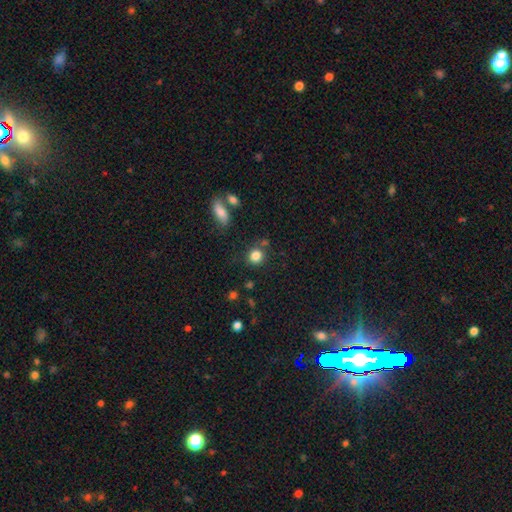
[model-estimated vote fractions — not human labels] Smooth or featured? smooth (84%)
How rounded? round (86%)
Merging? none (78%)